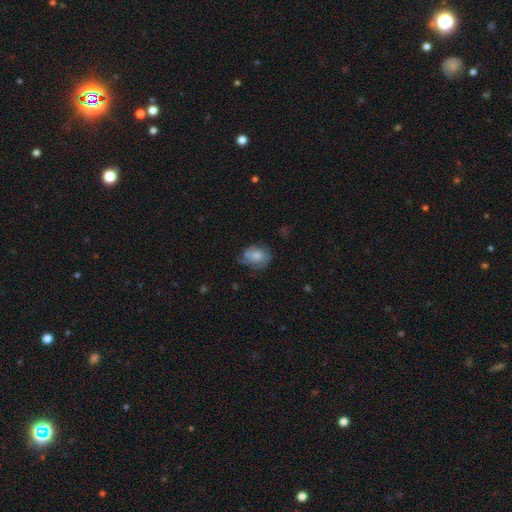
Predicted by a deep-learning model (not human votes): This appears to be a smooth galaxy with no disk features (65%) that is in between round and cigar-shaped (57%). Merging: none (46%).